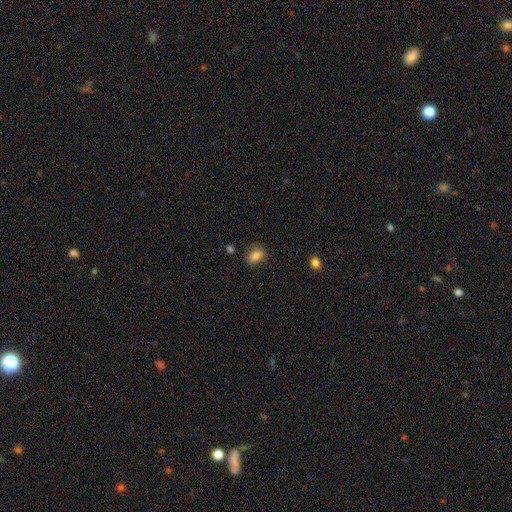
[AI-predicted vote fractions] smooth 76%, featured or disk 14%, star or artifact 9%. Down the decision tree: how rounded — in between (58%); merging — none (72%).